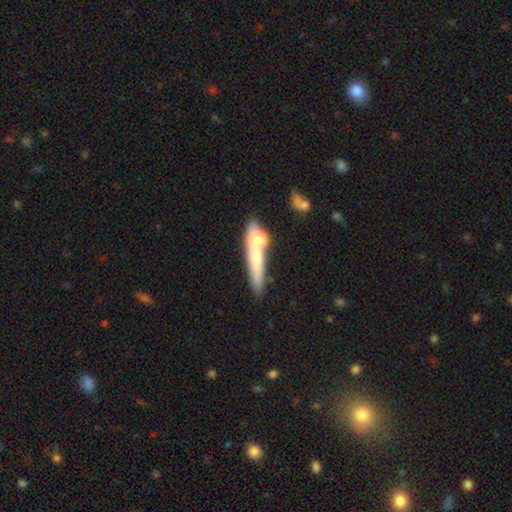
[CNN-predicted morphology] type=smooth (50%); roundness=cigar-shaped (70%); merging=none (54%).